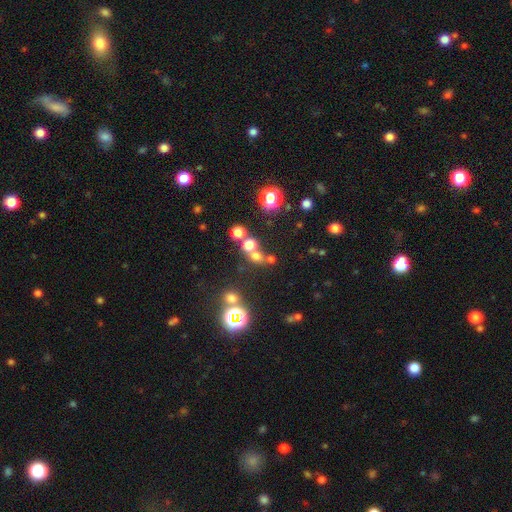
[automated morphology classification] type=smooth (59%); roundness=round (80%); merging=none (54%).